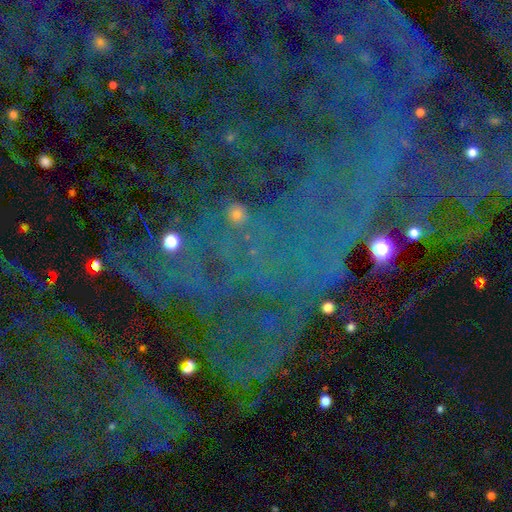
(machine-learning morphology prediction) Overall: star or artifact (84%).